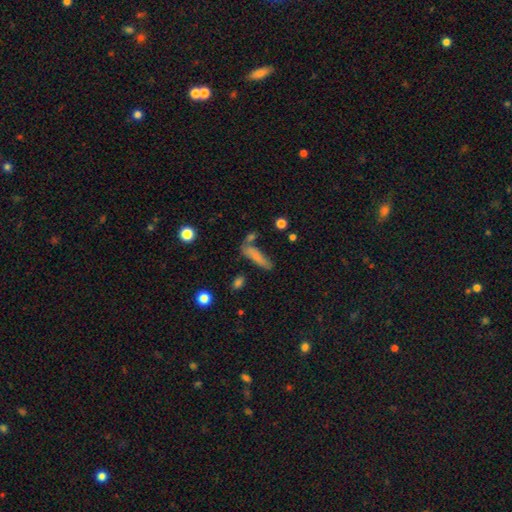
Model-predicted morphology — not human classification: smooth 74%, featured or disk 17%, star or artifact 9%. Down the decision tree: how rounded — cigar-shaped (77%); merging — none (60%).